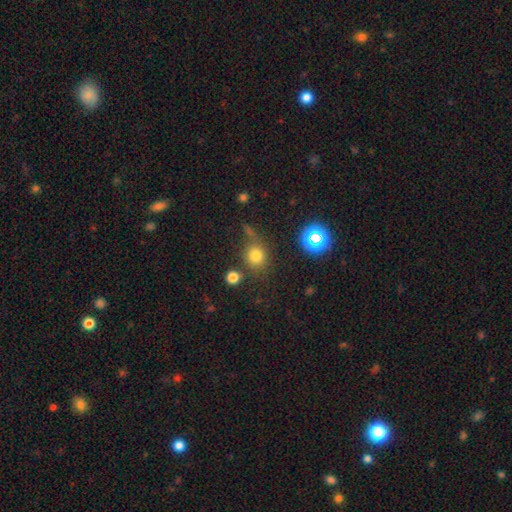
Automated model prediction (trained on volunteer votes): smooth_or_featured: smooth (p=0.73) [alt: star or artifact p=0.19]
how_rounded: round (p=0.80) [alt: in between p=0.18]
merging: none (p=0.68) [alt: minor disturbance p=0.14]